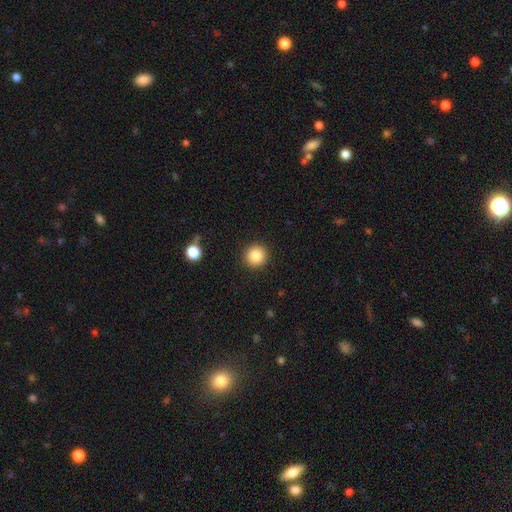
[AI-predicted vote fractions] Smooth or featured?
  - smooth: 86% *
  - star or artifact: 9%
  - featured or disk: 5%
How rounded?
  - round: 94% *
  - in between: 5%
  - cigar-shaped: 1%
Merging?
  - none: 91% *
  - minor disturbance: 5%
  - major disturbance: 2%
  - merger: 1%